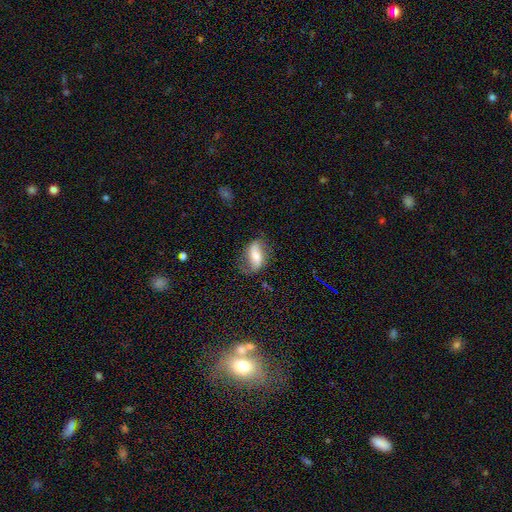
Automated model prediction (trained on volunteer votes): Smooth or featured? featured or disk (53%)
Edge-on disk? no (90%)
Merging? none (63%)